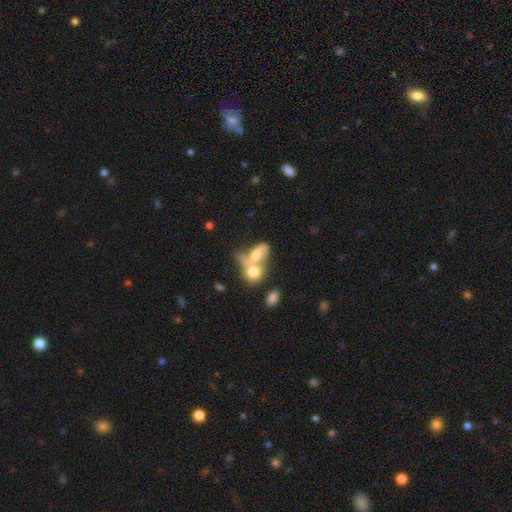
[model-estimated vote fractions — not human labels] smooth-or-featured: featured or disk: 53% | smooth: 36% | star or artifact: 11%
  disk-edge-on: no: 90% | yes: 10%
  merging: merger: 64% | none: 17% | major disturbance: 10% | minor disturbance: 9%